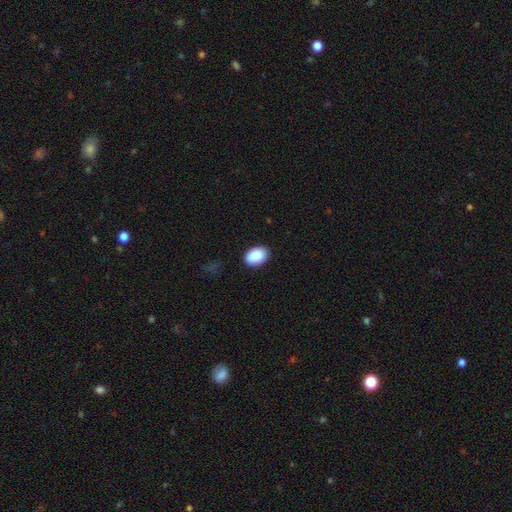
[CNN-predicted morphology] smooth-or-featured: smooth: 90% | star or artifact: 6% | featured or disk: 3%
  how-rounded: in between: 86% | round: 13% | cigar-shaped: 1%
  merging: none: 88% | minor disturbance: 9% | major disturbance: 2% | merger: 1%